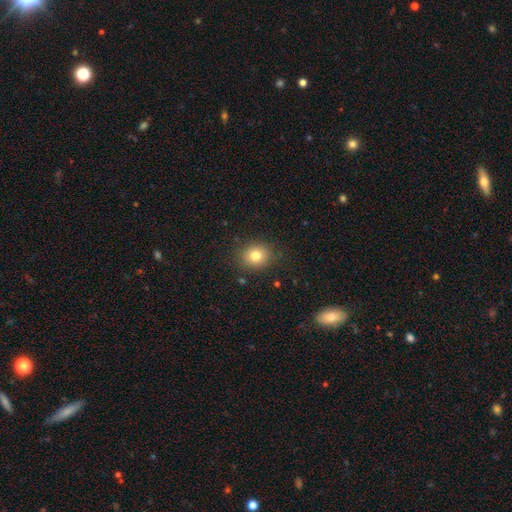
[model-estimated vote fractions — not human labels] The model was most divided on "how rounded": round: 71%, in between: 28%, cigar-shaped: 1%. More confident: merging — none (86%); smooth or featured — smooth (80%).